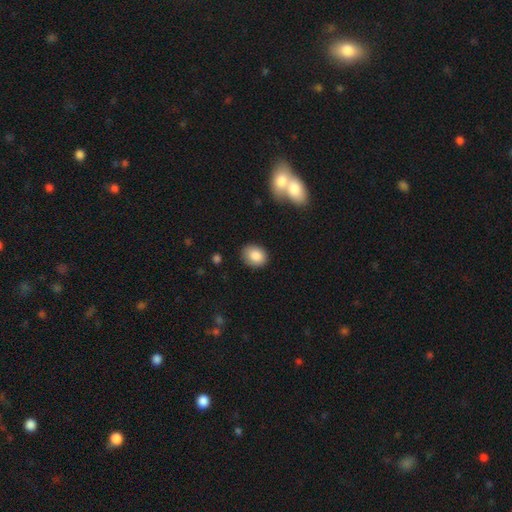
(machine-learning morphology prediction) smooth-or-featured: smooth: 86% | star or artifact: 8% | featured or disk: 6%
  how-rounded: in between: 54% | round: 45% | cigar-shaped: 1%
  merging: none: 82% | minor disturbance: 13% | major disturbance: 3% | merger: 2%